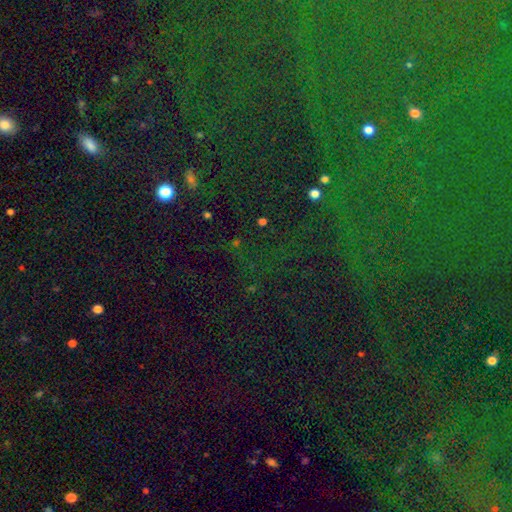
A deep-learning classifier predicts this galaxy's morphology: A star or artifact, not a galaxy (77%).

Vote fractions:
- Smooth or featured? star or artifact: 77% / smooth: 14% / featured or disk: 9%